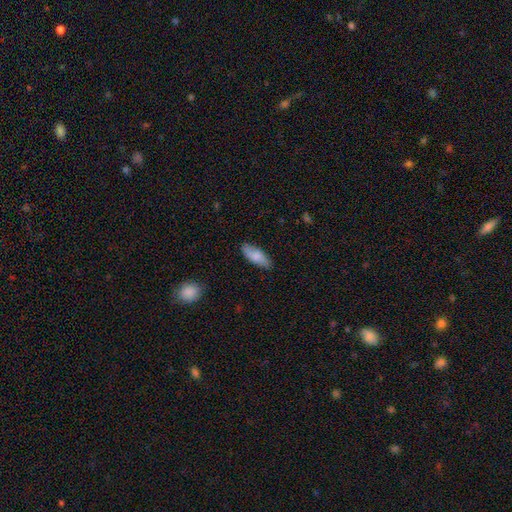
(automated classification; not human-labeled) Smooth or featured?
  - smooth: 78% *
  - featured or disk: 17%
  - star or artifact: 6%
How rounded?
  - in between: 75% *
  - cigar-shaped: 23%
  - round: 2%
Merging?
  - none: 83% *
  - minor disturbance: 13%
  - major disturbance: 2%
  - merger: 1%